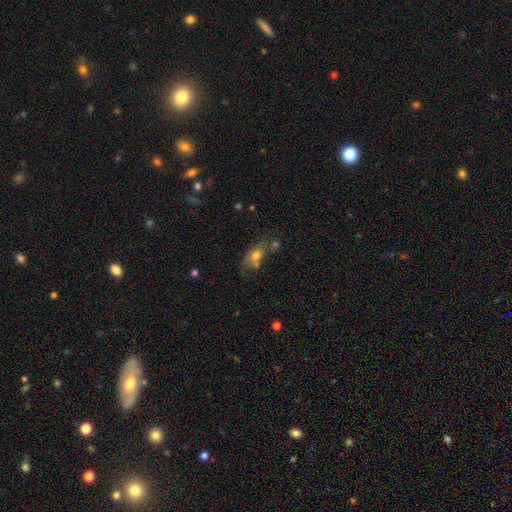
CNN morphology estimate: Overall: smooth (67%). How rounded: in between (75%). Merging: none (41%; merger 25%).